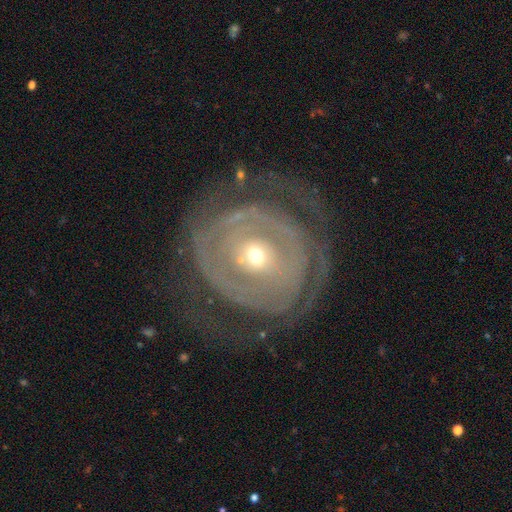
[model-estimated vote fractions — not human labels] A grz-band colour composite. It shows a featured or disk galaxy (80%) with no bar (73%), tight (62%) spiral arms (72%) and a small central bulge (60%). Merging: none (53%).